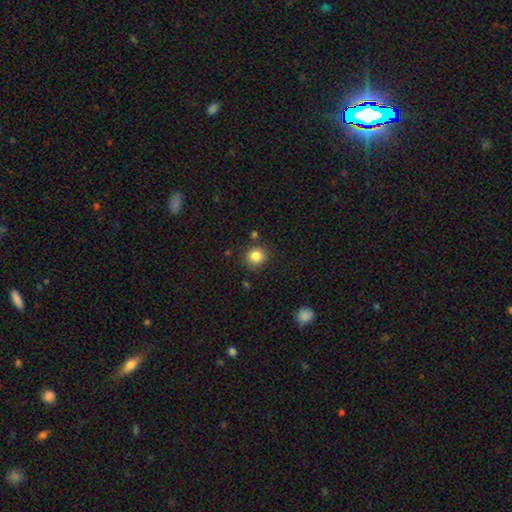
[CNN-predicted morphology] Smooth or featured? Predicted: smooth (p=0.85). How rounded? Predicted: round (p=0.89). Merging? Predicted: none (p=0.85).